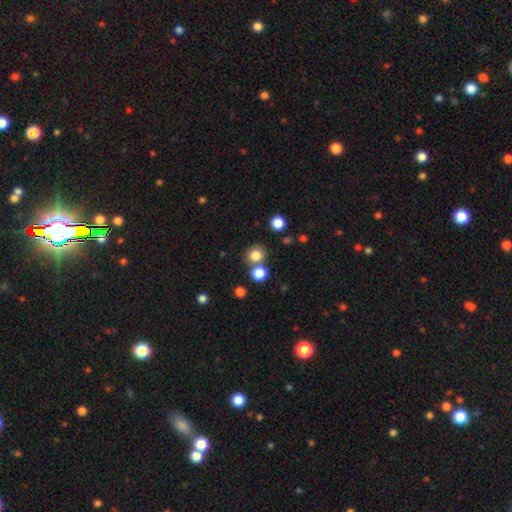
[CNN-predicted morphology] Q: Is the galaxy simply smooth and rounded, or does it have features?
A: smooth — 82%.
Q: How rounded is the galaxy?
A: round — 83%.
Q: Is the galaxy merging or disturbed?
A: none — 67%.